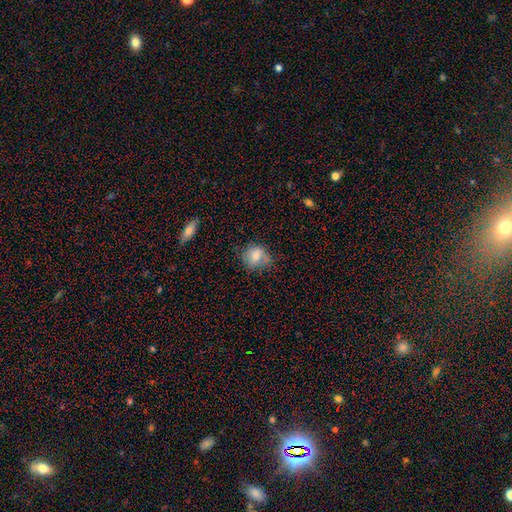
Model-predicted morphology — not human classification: This appears to be a smooth galaxy with no disk features (71%) that is round (65%). Merging: none (58%).